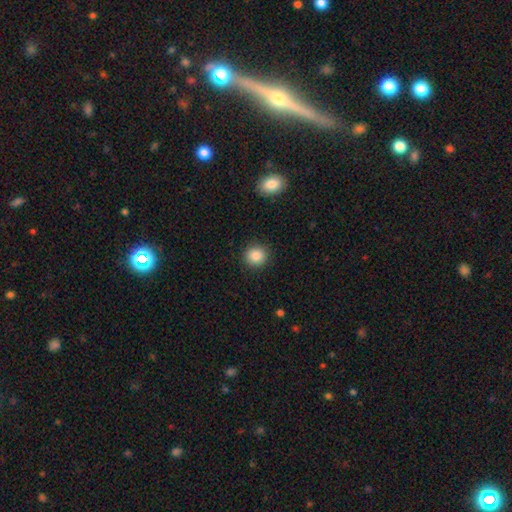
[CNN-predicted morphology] A smooth galaxy with no disk features (86%) that is round (90%).

Vote fractions:
- Smooth or featured? smooth: 86% / star or artifact: 9% / featured or disk: 5%
- How rounded? round: 90% / in between: 9% / cigar-shaped: 1%
- Merging? none: 91% / minor disturbance: 6% / major disturbance: 2% / merger: 1%